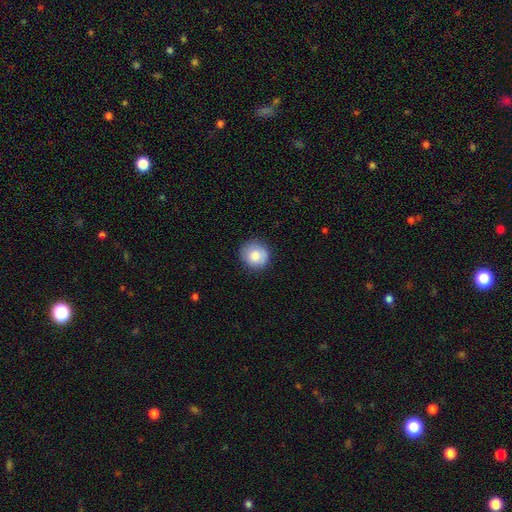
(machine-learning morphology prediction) The model was most divided on "merging": none: 81%, minor disturbance: 14%, major disturbance: 3%, merger: 1%. More confident: how rounded — round (89%); smooth or featured — smooth (82%).